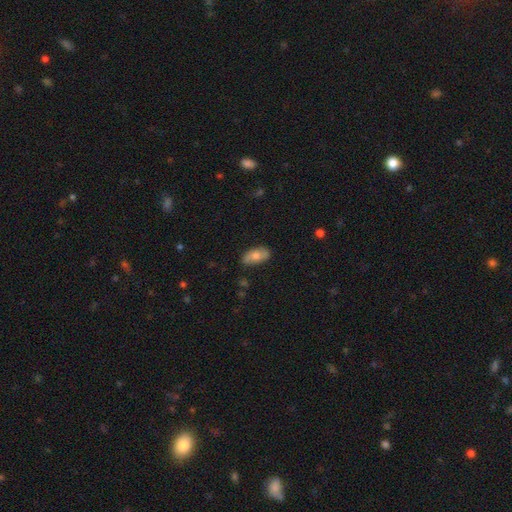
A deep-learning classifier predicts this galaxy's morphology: smooth_or_featured: smooth (p=0.68) [alt: featured or disk p=0.26]
how_rounded: in between (p=0.91) [alt: cigar-shaped p=0.05]
merging: none (p=0.79) [alt: minor disturbance p=0.16]